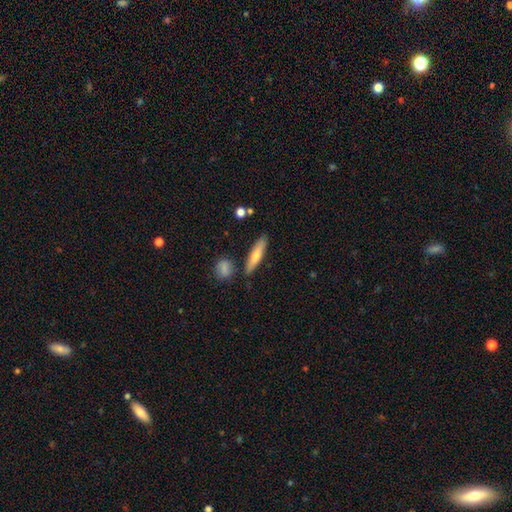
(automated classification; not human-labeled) A smooth galaxy with no disk features (64%) that is cigar-shaped (80%). Merging: none (83%).